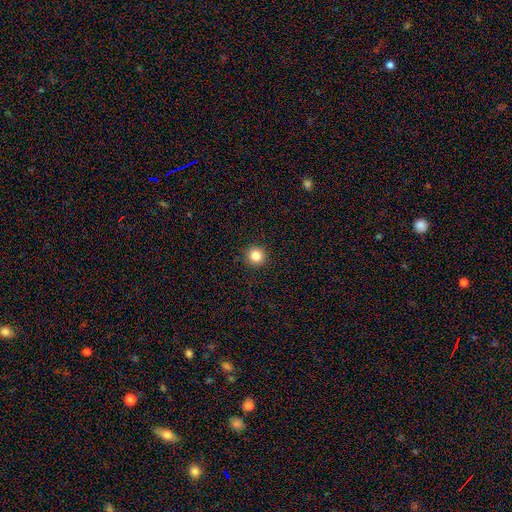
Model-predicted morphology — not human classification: Overall: smooth (85%). How rounded: round (95%). Merging: none (93%).